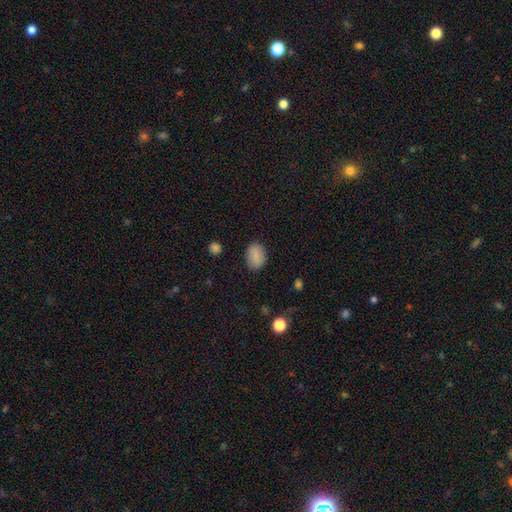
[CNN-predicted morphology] smooth_or_featured: smooth (p=0.84) [alt: star or artifact p=0.08]
how_rounded: in between (p=0.75) [alt: round p=0.24]
merging: none (p=0.85) [alt: minor disturbance p=0.11]